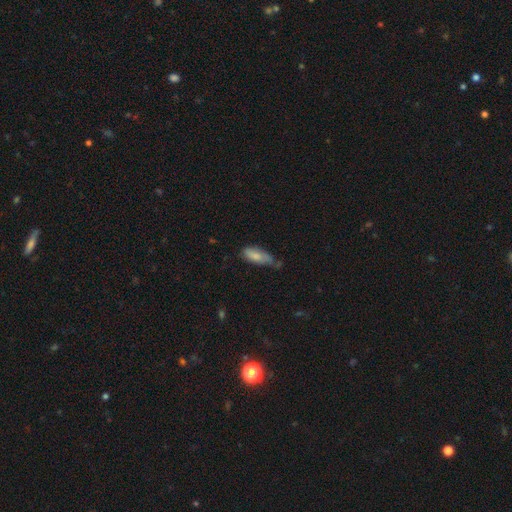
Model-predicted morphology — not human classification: smooth 79%, featured or disk 14%, star or artifact 7%. Down the decision tree: how rounded — in between (75%); merging — minor disturbance (44%).